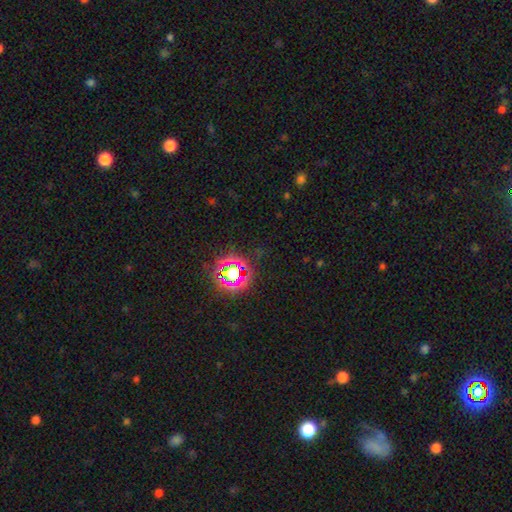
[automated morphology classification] Overall: star or artifact (77%).